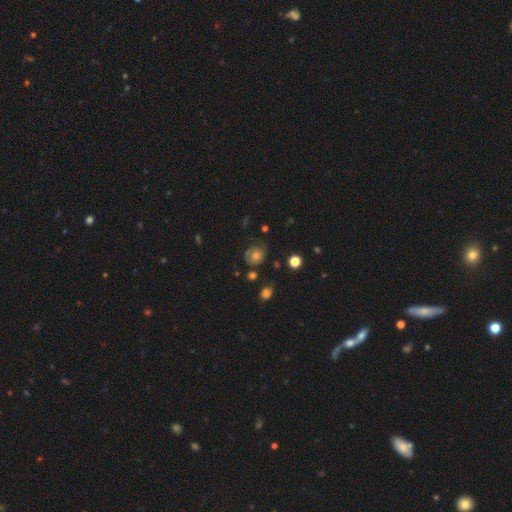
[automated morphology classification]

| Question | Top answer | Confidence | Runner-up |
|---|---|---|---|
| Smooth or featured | smooth | 46% | featured or disk (40%) |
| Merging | none | 63% | minor disturbance (22%) |